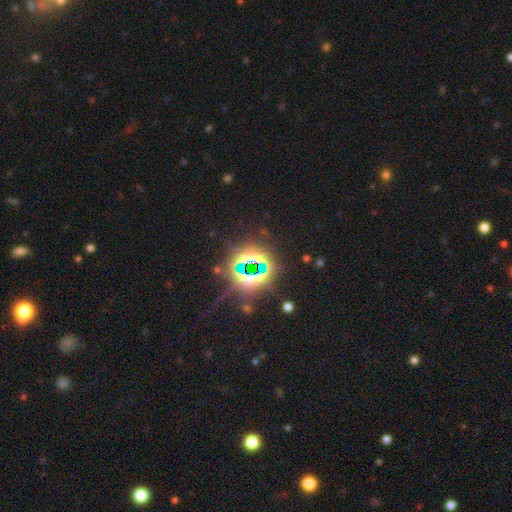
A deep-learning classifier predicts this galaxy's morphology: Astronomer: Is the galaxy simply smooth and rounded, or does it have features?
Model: star or artifact — 82%.